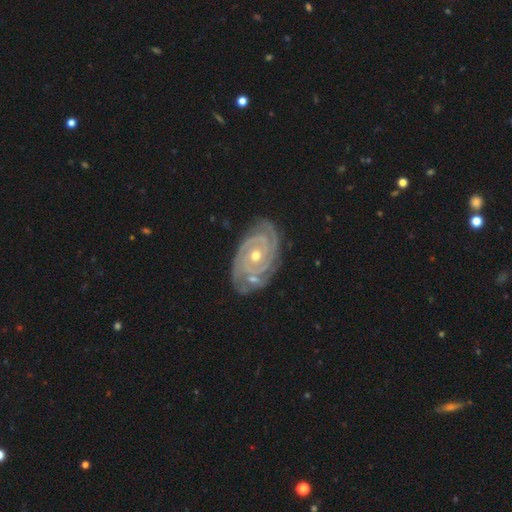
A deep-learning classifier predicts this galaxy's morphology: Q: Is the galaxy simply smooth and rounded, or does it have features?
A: featured or disk — 92%.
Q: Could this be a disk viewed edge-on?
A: no — 97%.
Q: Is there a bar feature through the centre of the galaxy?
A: no — 73%.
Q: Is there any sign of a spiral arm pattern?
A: yes — 98%.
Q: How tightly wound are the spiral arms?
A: tight — 85%.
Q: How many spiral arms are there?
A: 2 — 34%.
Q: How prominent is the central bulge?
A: moderate — 55%.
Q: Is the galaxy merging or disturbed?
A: none — 76%.